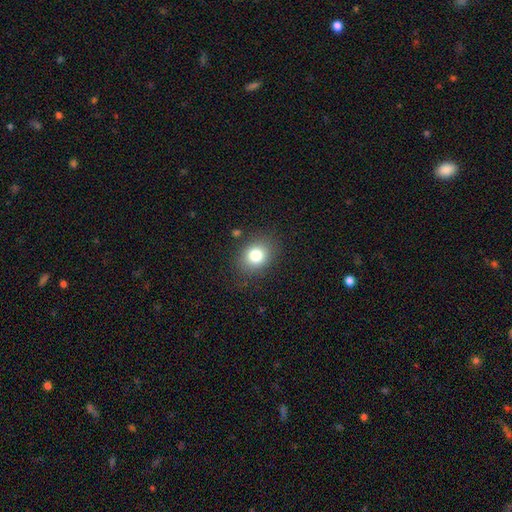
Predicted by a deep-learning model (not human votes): Smooth or featured: smooth — 80% (star or artifact — 12%)
How rounded: round — 57% (in between — 42%)
Merging: none — 85% (minor disturbance — 10%)